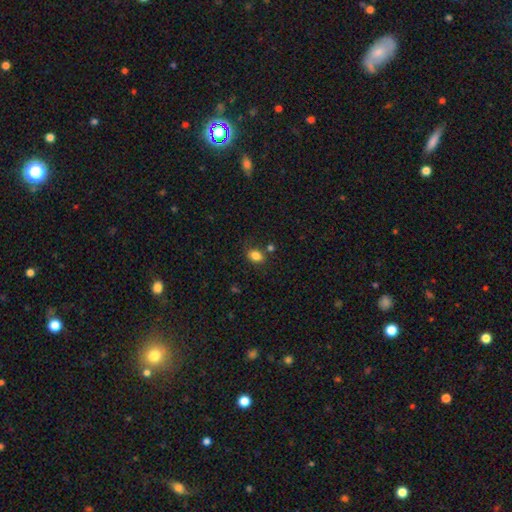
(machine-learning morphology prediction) This is clearly a smooth galaxy (84%). How rounded: likely in between (72%). Merging: likely none (71%).